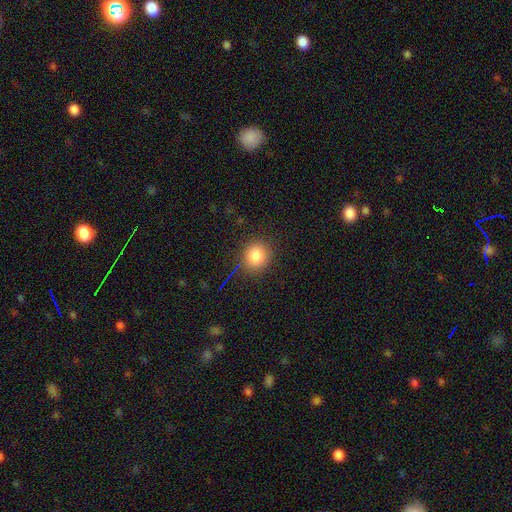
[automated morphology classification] The model was most divided on "how rounded": round: 81%, in between: 18%, cigar-shaped: 1%. More confident: merging — none (86%); smooth or featured — smooth (83%).